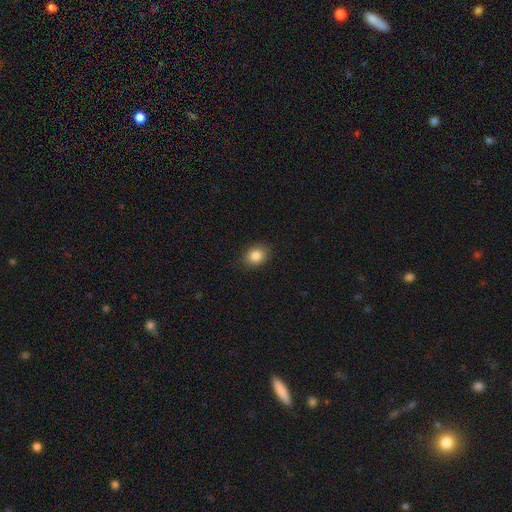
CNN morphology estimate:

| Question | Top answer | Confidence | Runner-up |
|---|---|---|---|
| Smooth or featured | smooth | 86% | star or artifact (9%) |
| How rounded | in between | 56% | round (43%) |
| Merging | none | 87% | minor disturbance (9%) |